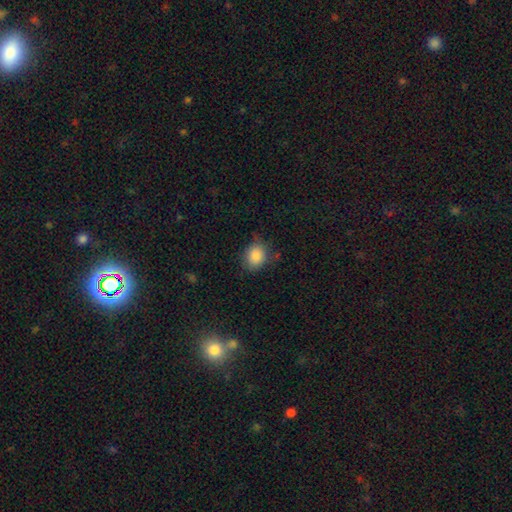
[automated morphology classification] This appears to be a smooth galaxy with no disk features (85%) that is round (59%). Merging: none (71%).